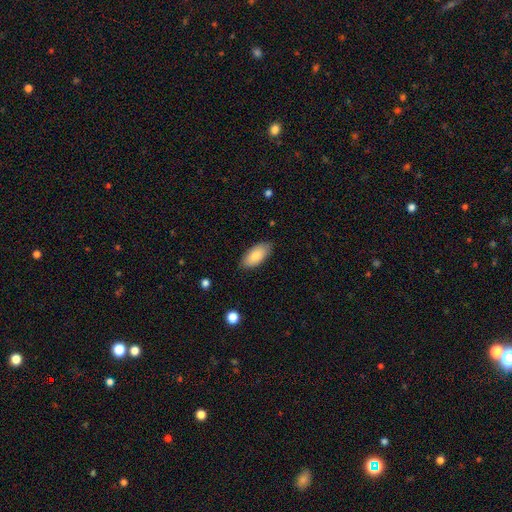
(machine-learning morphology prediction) Q: Smooth or featured?
A: smooth (84%); runner-up: featured or disk (10%)
Q: How rounded?
A: in between (92%); runner-up: cigar-shaped (6%)
Q: Merging?
A: none (83%); runner-up: minor disturbance (13%)